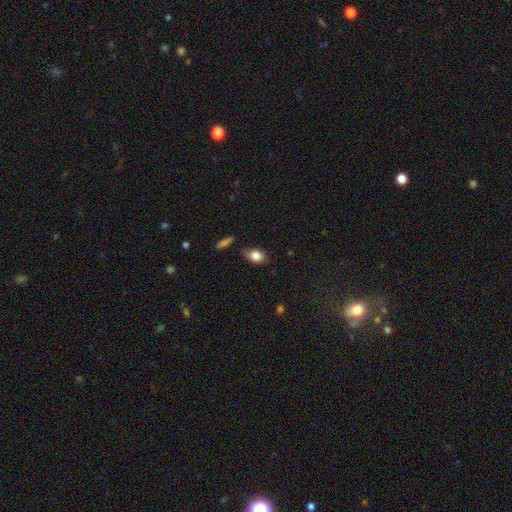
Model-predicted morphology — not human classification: A smooth galaxy with no disk features (83%) that is in between round and cigar-shaped (77%). Merging: none (69%).